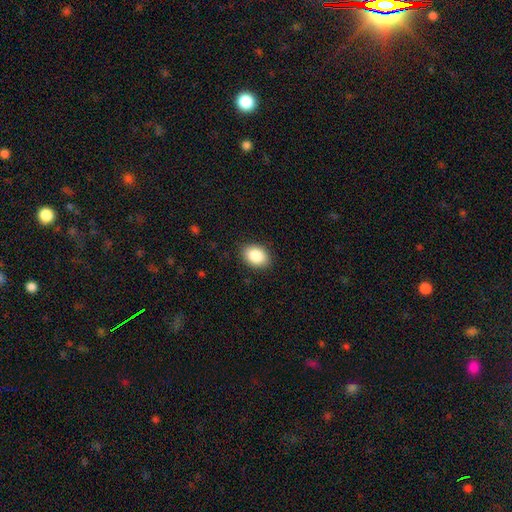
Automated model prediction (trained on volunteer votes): Smooth or featured: smooth — 87% (star or artifact — 8%)
How rounded: in between — 75% (round — 24%)
Merging: none — 88% (minor disturbance — 9%)